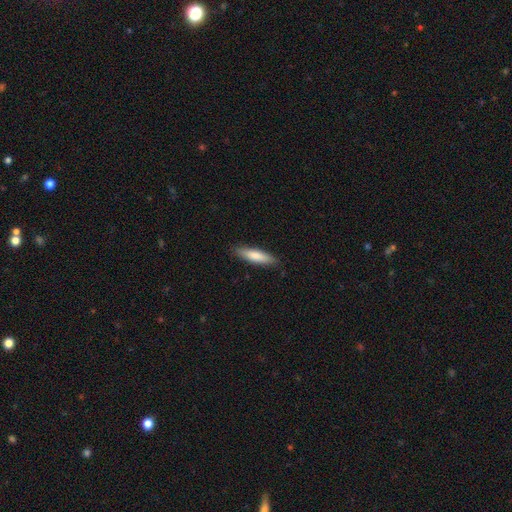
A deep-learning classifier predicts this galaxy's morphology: Smooth or featured?
  - smooth: 80% *
  - featured or disk: 15%
  - star or artifact: 5%
How rounded?
  - cigar-shaped: 75% *
  - in between: 24%
  - round: 1%
Merging?
  - none: 88% *
  - minor disturbance: 9%
  - major disturbance: 2%
  - merger: 1%